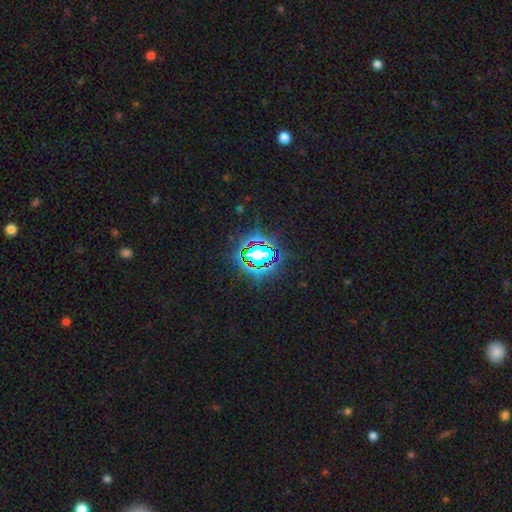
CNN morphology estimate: A star or artifact, not a galaxy (80%).